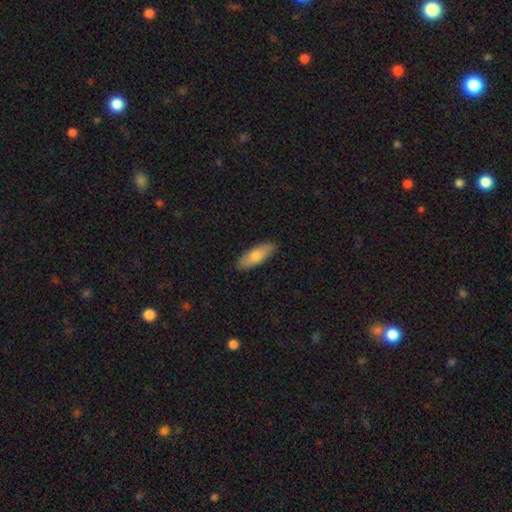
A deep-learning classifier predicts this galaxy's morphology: smooth_or_featured: smooth (p=0.75) [alt: featured or disk p=0.19]
how_rounded: in between (p=0.64) [alt: cigar-shaped p=0.34]
merging: none (p=0.88) [alt: minor disturbance p=0.09]